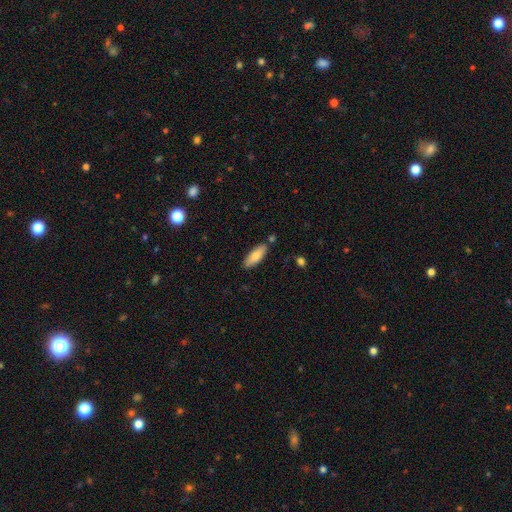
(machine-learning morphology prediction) The model was most divided on "how rounded": in between: 67%, cigar-shaped: 31%, round: 2%. More confident: merging — none (82%); smooth or featured — smooth (81%).